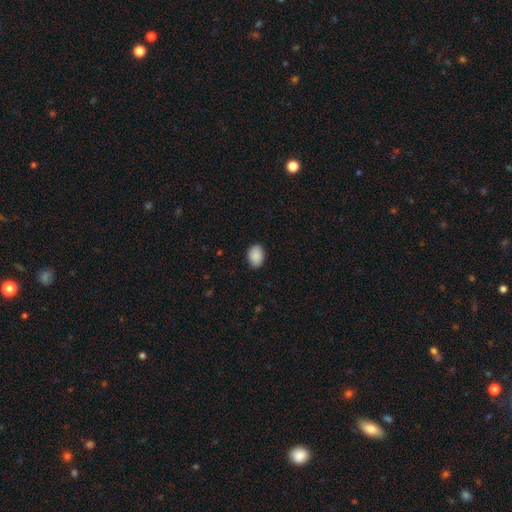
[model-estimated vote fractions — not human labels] smooth-or-featured: smooth: 90% | star or artifact: 7% | featured or disk: 3%
  how-rounded: in between: 77% | round: 22% | cigar-shaped: 1%
  merging: none: 88% | minor disturbance: 9% | major disturbance: 2% | merger: 1%